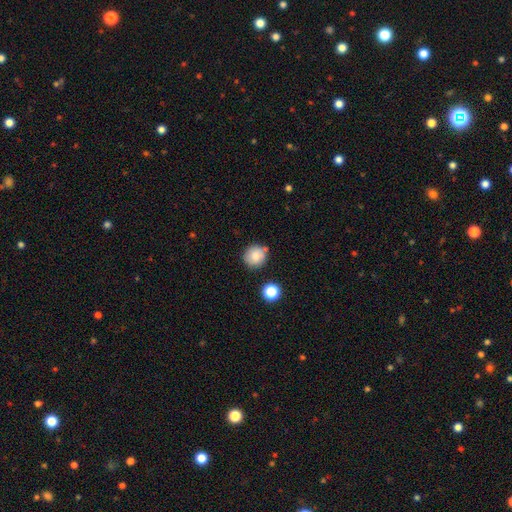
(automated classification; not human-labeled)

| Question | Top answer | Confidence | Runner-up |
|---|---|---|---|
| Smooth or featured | smooth | 81% | star or artifact (10%) |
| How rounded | round | 91% | in between (8%) |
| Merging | none | 77% | minor disturbance (13%) |